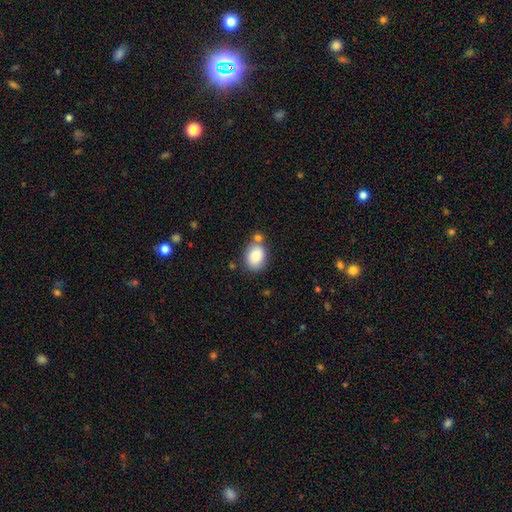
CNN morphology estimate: This appears to be a smooth galaxy with no disk features (86%) that is in between round and cigar-shaped (71%). Merging: none (61%).